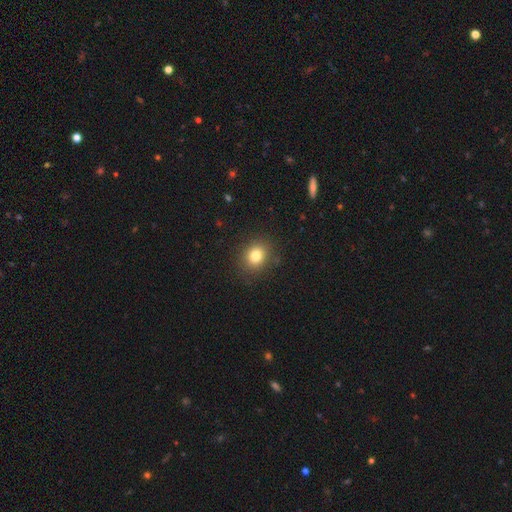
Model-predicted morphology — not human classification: Overall: smooth (80%). How rounded: round (65%; in between 34%). Merging: none (87%).